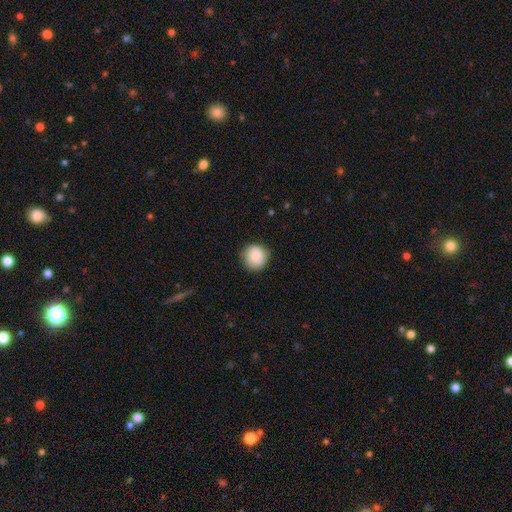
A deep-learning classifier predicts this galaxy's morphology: type=smooth (86%); roundness=round (92%); merging=none (85%).